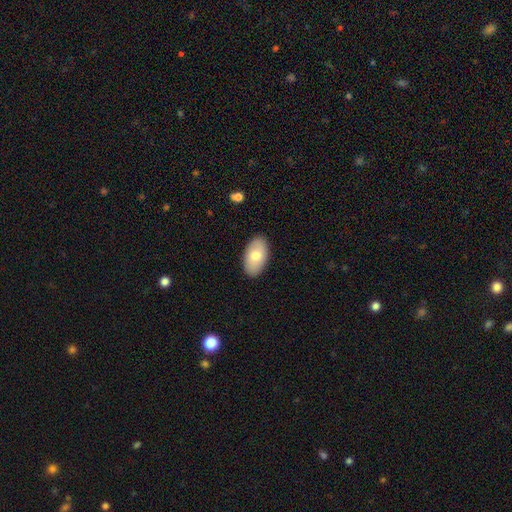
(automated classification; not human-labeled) smooth-or-featured: smooth: 71% | featured or disk: 22% | star or artifact: 6%
  how-rounded: in between: 94% | round: 4% | cigar-shaped: 2%
  merging: none: 88% | minor disturbance: 9% | major disturbance: 2% | merger: 1%